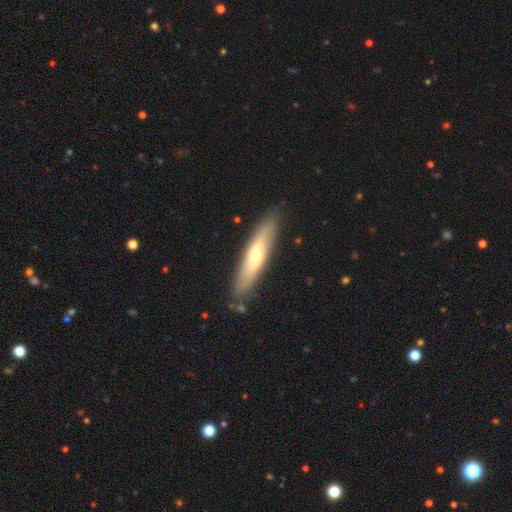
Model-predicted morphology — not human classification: A featured or disk galaxy (48%).

Vote fractions:
- Smooth or featured? featured or disk: 48% / smooth: 46% / star or artifact: 6%
- Merging? none: 85% / minor disturbance: 11% / major disturbance: 2% / merger: 2%